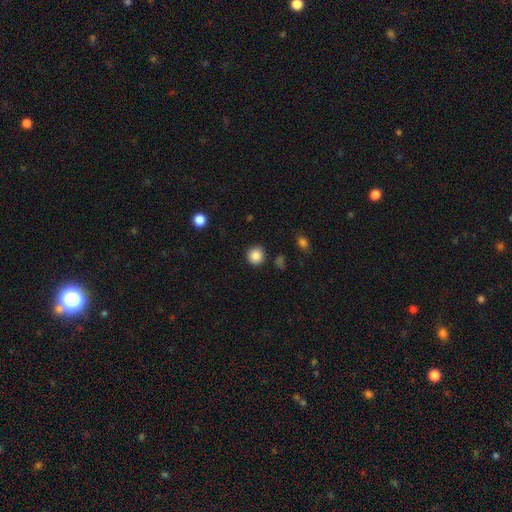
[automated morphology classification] This is clearly a smooth galaxy (87%). How rounded: clearly round (93%). Merging: clearly none (90%).